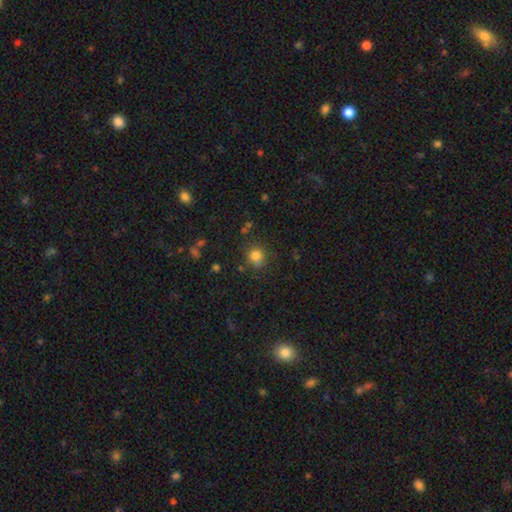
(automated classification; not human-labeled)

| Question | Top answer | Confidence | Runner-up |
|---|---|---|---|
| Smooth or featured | smooth | 80% | star or artifact (14%) |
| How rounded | round | 84% | in between (15%) |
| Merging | none | 80% | minor disturbance (12%) |